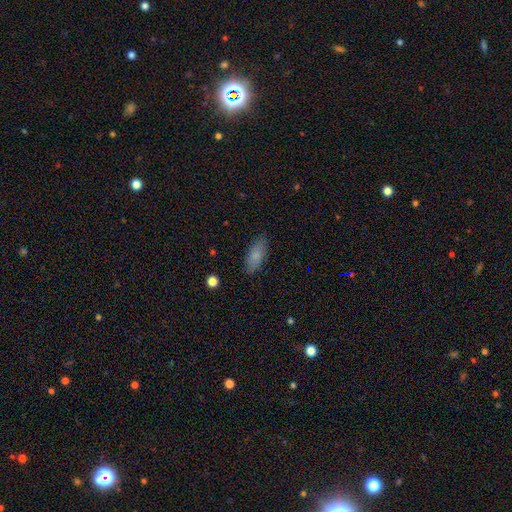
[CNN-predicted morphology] Smooth or featured: smooth — 83% (featured or disk — 10%)
How rounded: in between — 76% (cigar-shaped — 22%)
Merging: none — 86% (minor disturbance — 11%)